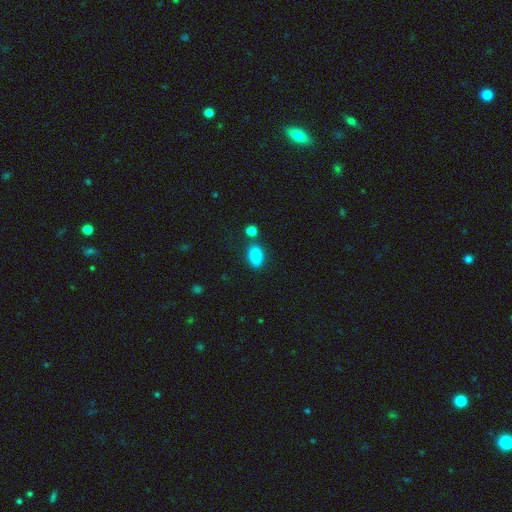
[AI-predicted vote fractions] The model was most divided on "merging": none: 72%, minor disturbance: 14%, merger: 10%, major disturbance: 4%. More confident: how rounded — in between (89%); smooth or featured — smooth (87%).